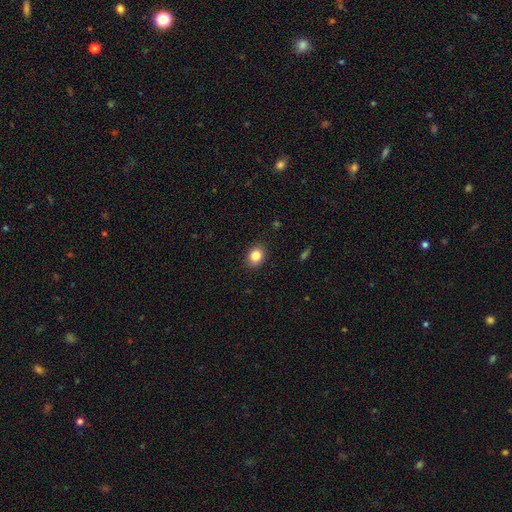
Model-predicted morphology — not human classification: Q: Smooth or featured?
A: smooth (84%); runner-up: star or artifact (10%)
Q: How rounded?
A: in between (52%); runner-up: round (47%)
Q: Merging?
A: none (88%); runner-up: minor disturbance (9%)